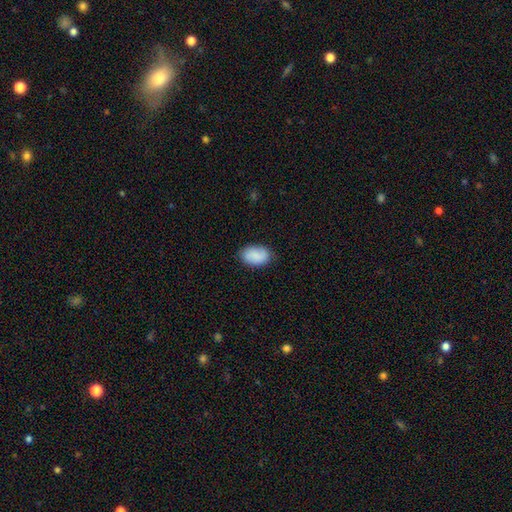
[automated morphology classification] type=smooth (82%); roundness=in between (89%); merging=none (81%).